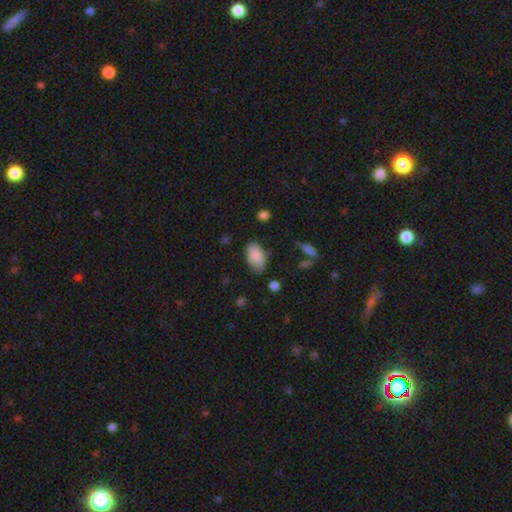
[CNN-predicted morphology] smooth-or-featured: smooth: 87% | star or artifact: 7% | featured or disk: 6%
  how-rounded: in between: 93% | round: 5% | cigar-shaped: 2%
  merging: none: 68% | minor disturbance: 24% | major disturbance: 6% | merger: 2%